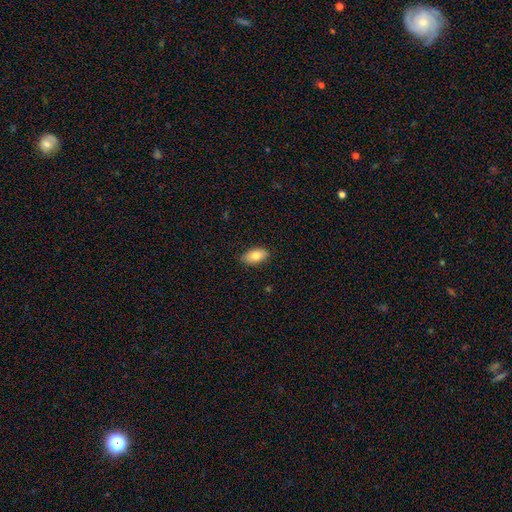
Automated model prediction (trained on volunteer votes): Smooth or featured? smooth (79%)
How rounded? in between (92%)
Merging? none (86%)